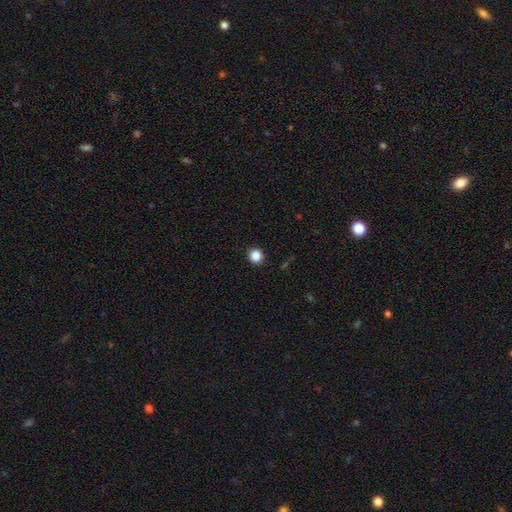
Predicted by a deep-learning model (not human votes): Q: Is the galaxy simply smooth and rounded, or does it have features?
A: smooth — 86%.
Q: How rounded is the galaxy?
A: round — 91%.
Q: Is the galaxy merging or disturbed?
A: none — 92%.